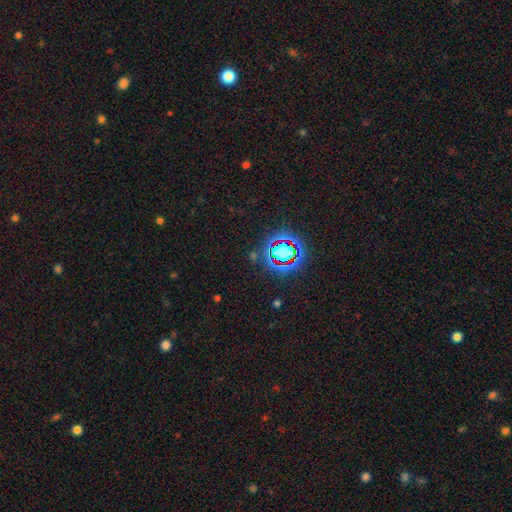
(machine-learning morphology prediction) type=star or artifact (72%).